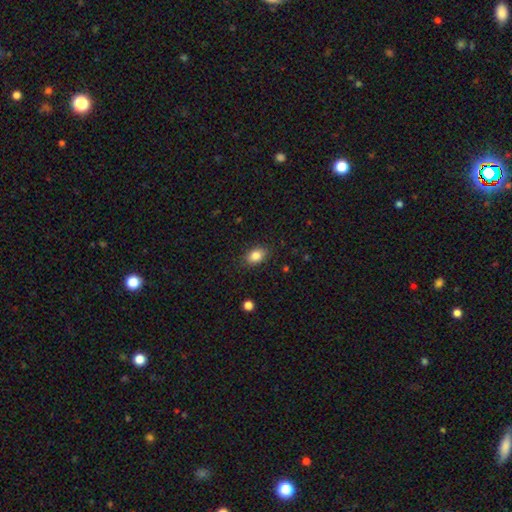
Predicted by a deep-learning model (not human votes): smooth-or-featured: smooth: 84% | star or artifact: 9% | featured or disk: 7%
  how-rounded: in between: 83% | round: 15% | cigar-shaped: 2%
  merging: none: 85% | minor disturbance: 11% | major disturbance: 3% | merger: 1%